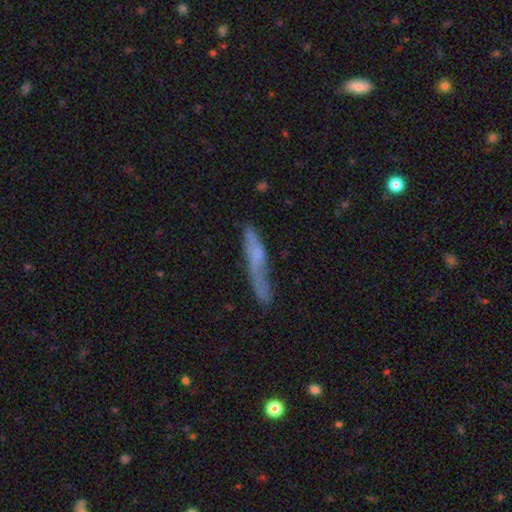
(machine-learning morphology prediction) Smooth or featured? Predicted: smooth (p=0.51). How rounded? Predicted: cigar-shaped (p=0.91). Merging? Predicted: none (p=0.56).